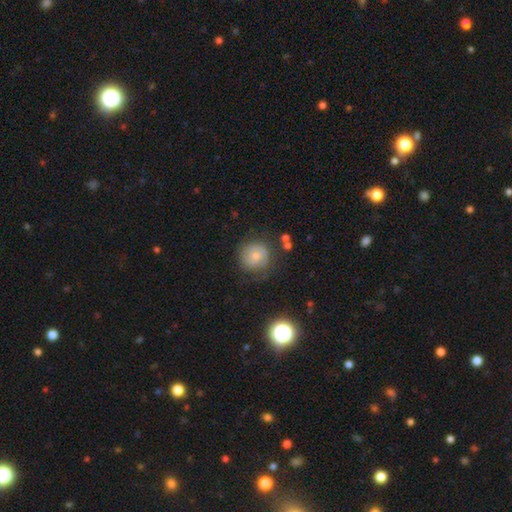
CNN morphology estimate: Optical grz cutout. It shows a smooth galaxy with no disk features (51%) that is round (89%). Merging: none (67%).